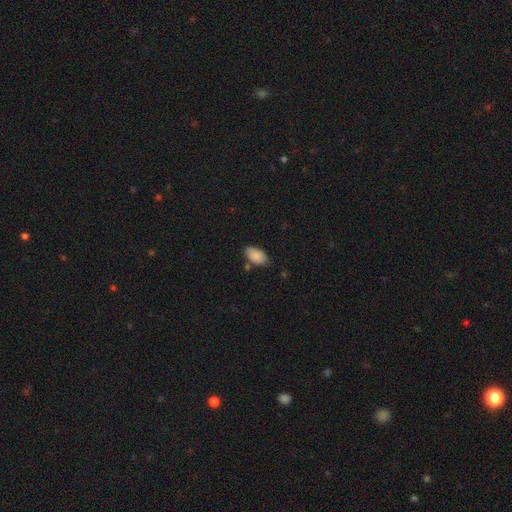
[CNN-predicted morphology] A smooth galaxy with no disk features (86%) that is in between round and cigar-shaped (94%).

Vote fractions:
- Smooth or featured? smooth: 86% / featured or disk: 7% / star or artifact: 7%
- How rounded? in between: 94% / round: 4% / cigar-shaped: 2%
- Merging? none: 71% / minor disturbance: 19% / merger: 6% / major disturbance: 4%